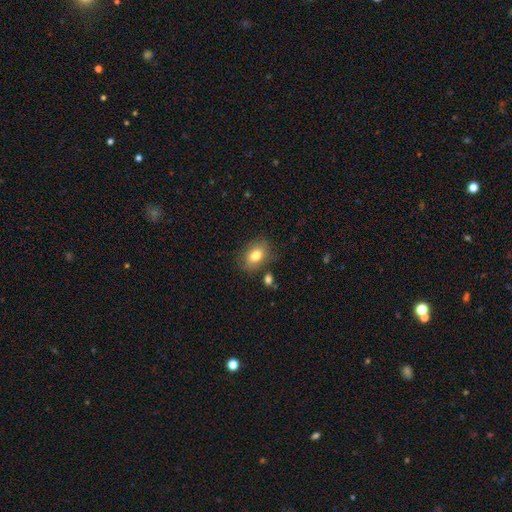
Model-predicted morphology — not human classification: This is likely a smooth galaxy (79%). How rounded: likely in between (78%). Merging: likely none (78%).